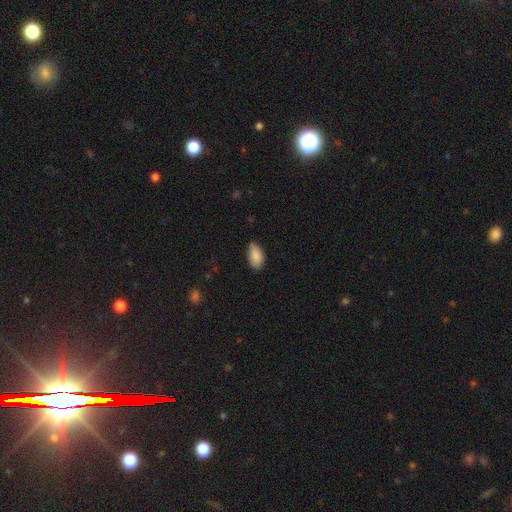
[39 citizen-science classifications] smooth-or-featured: smooth: 90% | featured or disk: 8% | star or artifact: 3%
  how-rounded: in between: 83% | cigar-shaped: 11% | round: 6%
  merging: none: 53% | minor disturbance: 39% | major disturbance: 8% | merger: 0%